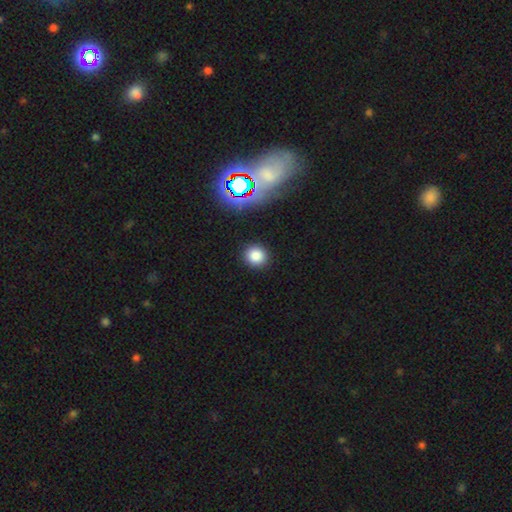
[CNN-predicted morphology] type=smooth (81%); roundness=round (88%); merging=none (90%).